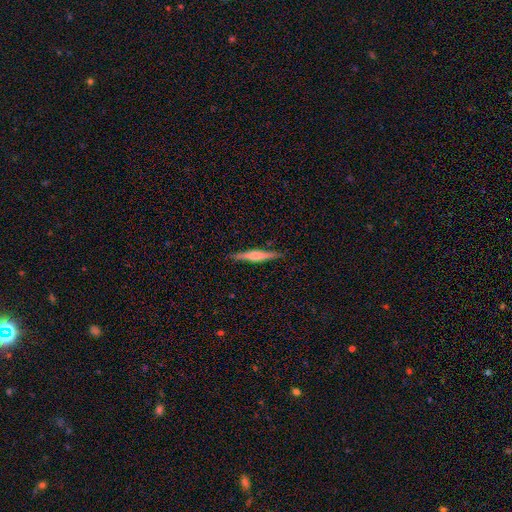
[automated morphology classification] This appears to be a featured or disk galaxy (57%) viewed edge-on (97%) with a rounded central bulge (69%). Merging: none (89%).